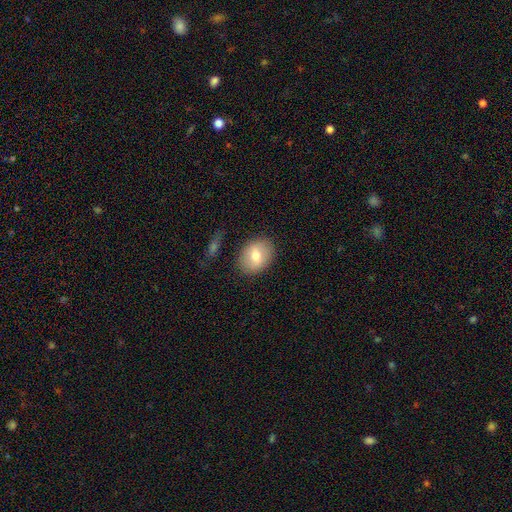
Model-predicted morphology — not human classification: smooth_or_featured: smooth (p=0.69) [alt: featured or disk p=0.24]
how_rounded: in between (p=0.60) [alt: round p=0.39]
merging: none (p=0.83) [alt: minor disturbance p=0.11]